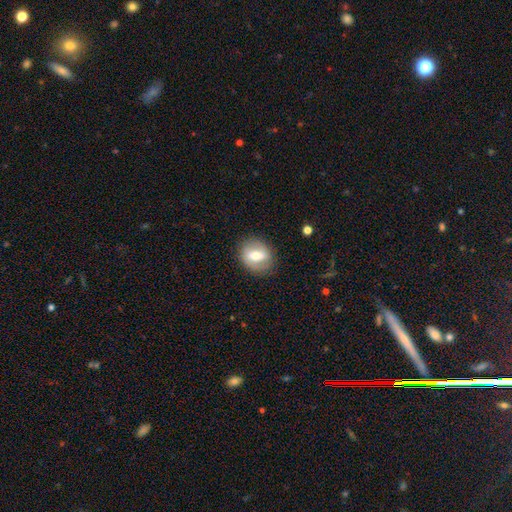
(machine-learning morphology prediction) smooth_or_featured: smooth (p=0.52) [alt: featured or disk p=0.41]
how_rounded: round (p=0.62) [alt: in between p=0.36]
merging: none (p=0.81) [alt: minor disturbance p=0.13]